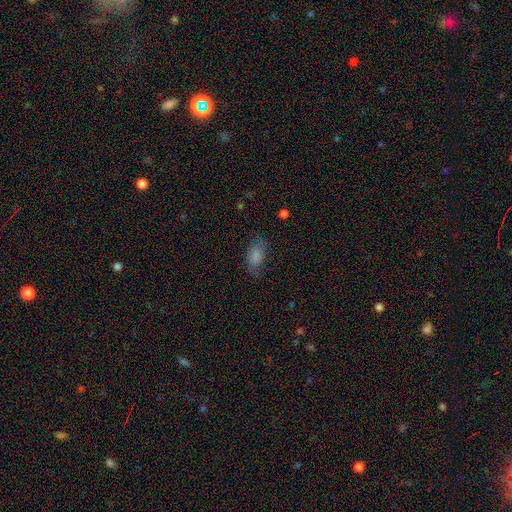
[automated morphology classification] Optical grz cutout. It shows a smooth galaxy with no disk features (79%) that is in between round and cigar-shaped (90%). Merging: none (66%).